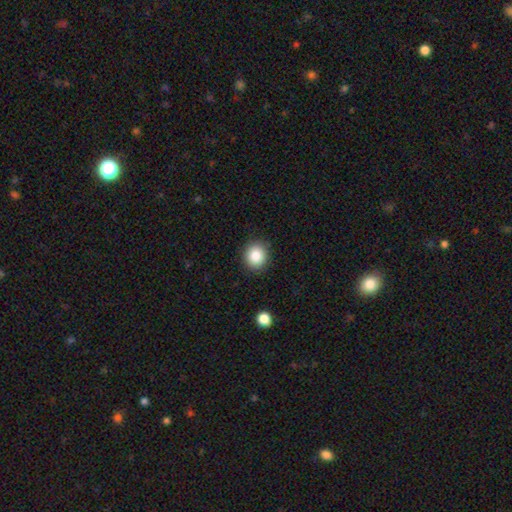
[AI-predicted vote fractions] smooth-or-featured: smooth: 85% | star or artifact: 10% | featured or disk: 5%
  how-rounded: round: 79% | in between: 21% | cigar-shaped: 1%
  merging: none: 89% | minor disturbance: 8% | major disturbance: 2% | merger: 1%